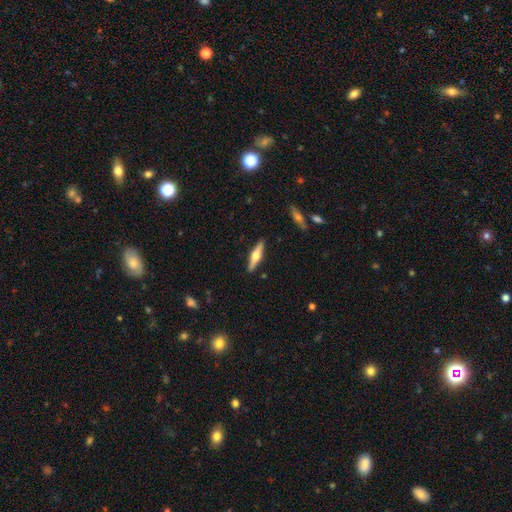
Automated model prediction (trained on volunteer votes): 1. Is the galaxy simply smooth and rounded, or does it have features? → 64% featured or disk, 31% smooth, 5% star or artifact.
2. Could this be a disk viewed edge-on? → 97% yes, 3% no.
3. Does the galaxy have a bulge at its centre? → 94% rounded, 4% boxy, 2% none.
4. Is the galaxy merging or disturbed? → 90% none, 7% minor disturbance, 1% major disturbance, 1% merger.